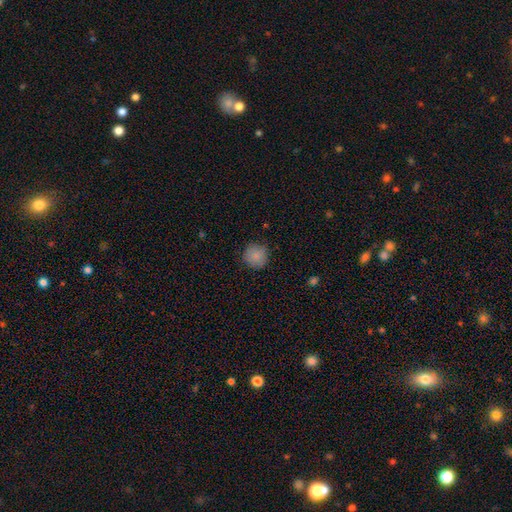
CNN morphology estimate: Smooth or featured?
  - smooth: 86% *
  - star or artifact: 9%
  - featured or disk: 6%
How rounded?
  - round: 93% *
  - in between: 6%
  - cigar-shaped: 1%
Merging?
  - none: 86% *
  - minor disturbance: 11%
  - major disturbance: 3%
  - merger: 1%